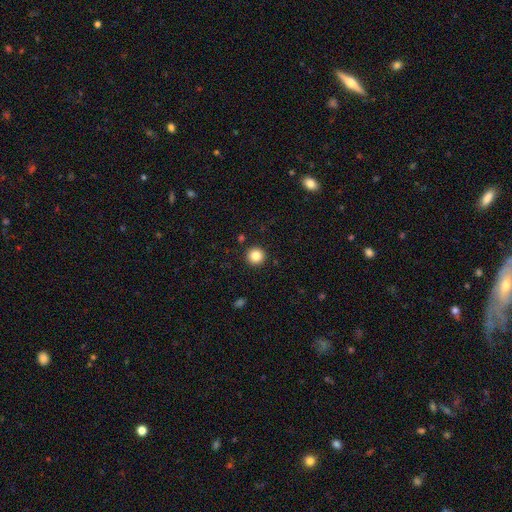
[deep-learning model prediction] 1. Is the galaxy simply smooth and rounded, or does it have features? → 85% smooth, 10% star or artifact, 5% featured or disk.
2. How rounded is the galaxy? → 96% round, 3% in between, 1% cigar-shaped.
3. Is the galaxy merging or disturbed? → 93% none, 4% minor disturbance, 2% major disturbance, 1% merger.